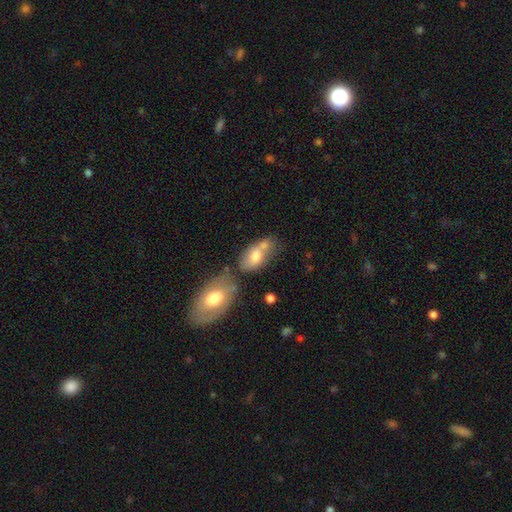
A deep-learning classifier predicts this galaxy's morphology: Smooth or featured? Predicted: smooth (p=0.66). How rounded? Predicted: in between (p=0.88). Merging? Predicted: merger (p=0.37, tied with none).